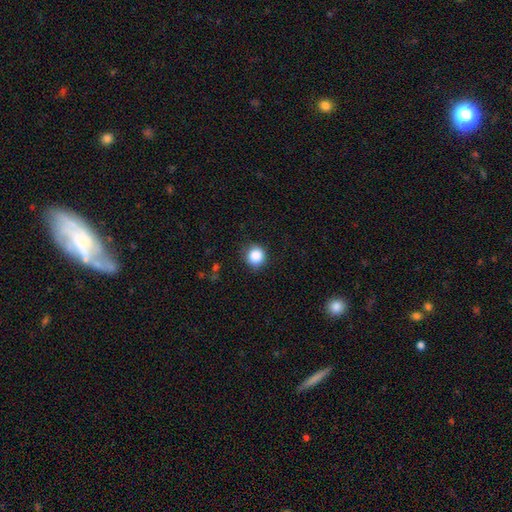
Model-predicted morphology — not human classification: Overall: smooth (87%). How rounded: round (93%). Merging: none (86%).